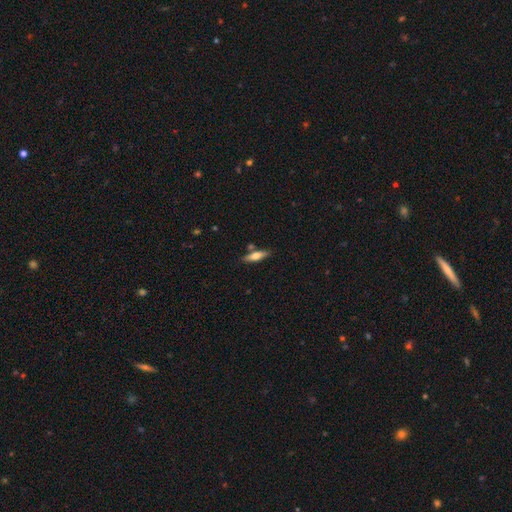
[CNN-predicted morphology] Smooth or featured?
  - smooth: 56% *
  - featured or disk: 37%
  - star or artifact: 6%
How rounded?
  - cigar-shaped: 61% *
  - in between: 36%
  - round: 2%
Merging?
  - none: 78% *
  - minor disturbance: 11%
  - merger: 8%
  - major disturbance: 2%